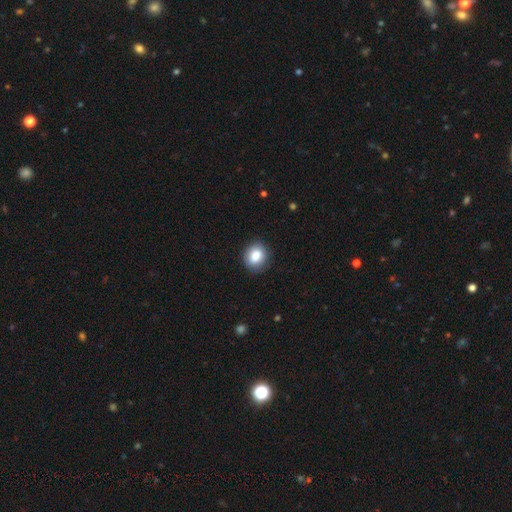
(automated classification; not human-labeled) A smooth galaxy with no disk features (85%) that is round (65%). Merging: none (84%).